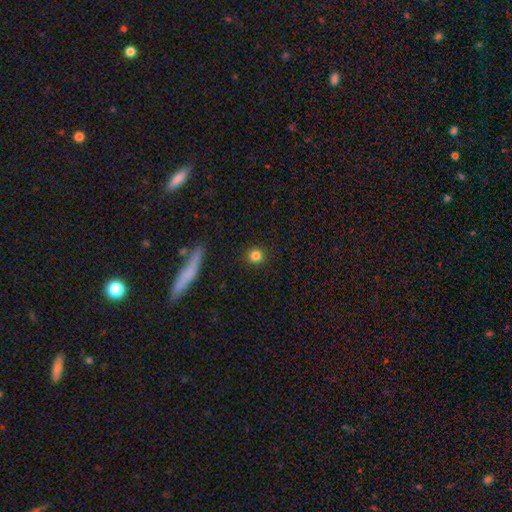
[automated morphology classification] smooth 82%, star or artifact 11%, featured or disk 6%. Down the decision tree: how rounded — round (93%); merging — none (91%).